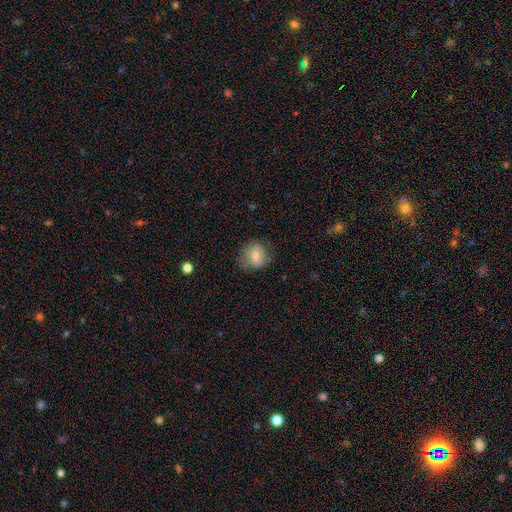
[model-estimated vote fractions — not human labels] Smooth or featured? smooth (72%)
How rounded? round (75%)
Merging? none (69%)